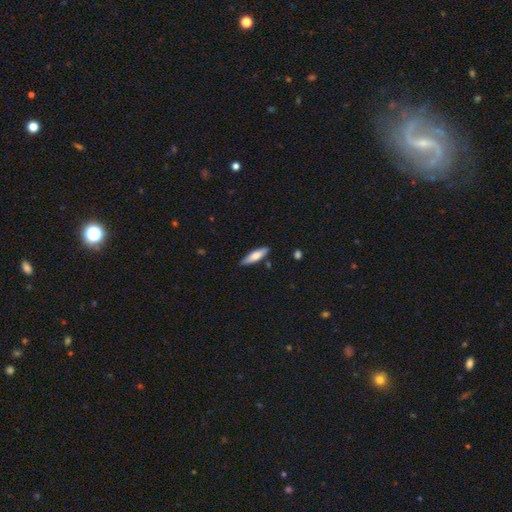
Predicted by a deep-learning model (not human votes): smooth_or_featured: smooth (p=0.71) [alt: featured or disk p=0.23]
how_rounded: cigar-shaped (p=0.65) [alt: in between p=0.33]
merging: none (p=0.83) [alt: minor disturbance p=0.13]